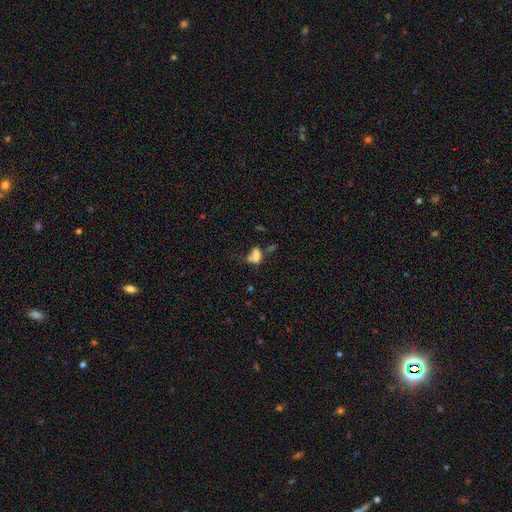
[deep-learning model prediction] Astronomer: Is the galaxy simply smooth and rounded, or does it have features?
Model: smooth — 67%.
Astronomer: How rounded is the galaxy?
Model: in between — 81%.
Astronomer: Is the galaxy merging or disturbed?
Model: merger — 32% (runner-up: none, 28%).